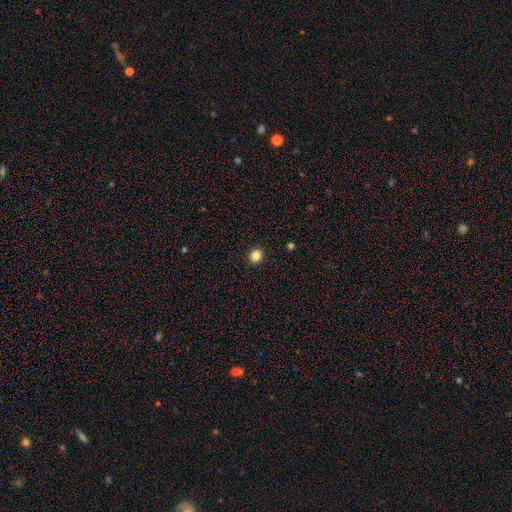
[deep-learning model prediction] Morphology: type=smooth (84%); roundness=round (87%); merging=none (93%).